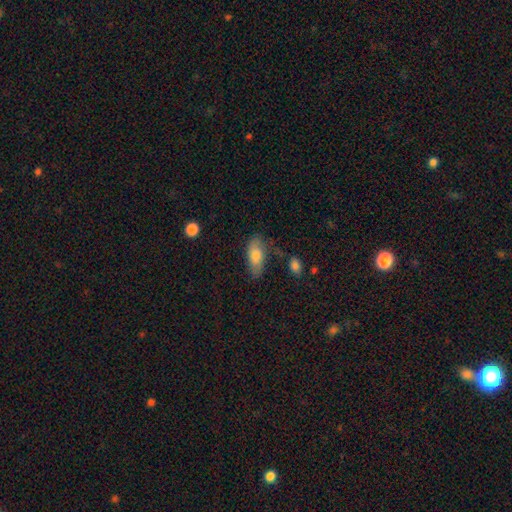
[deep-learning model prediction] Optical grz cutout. It shows a smooth galaxy with no disk features (76%) that is in between round and cigar-shaped (86%). Merging: none (62%).